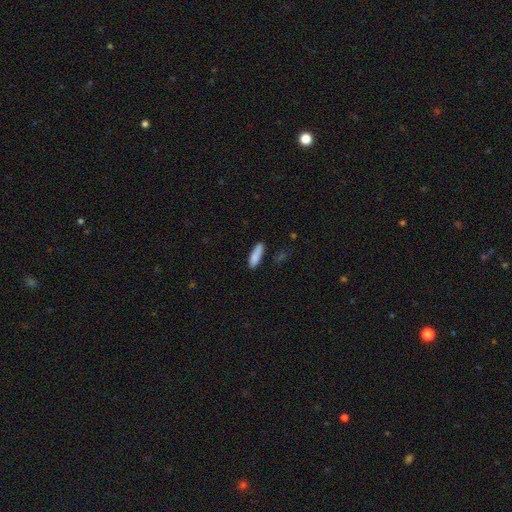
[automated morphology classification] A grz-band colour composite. It shows a smooth galaxy with no disk features (87%) that is cigar-shaped (60%). Merging: none (82%).